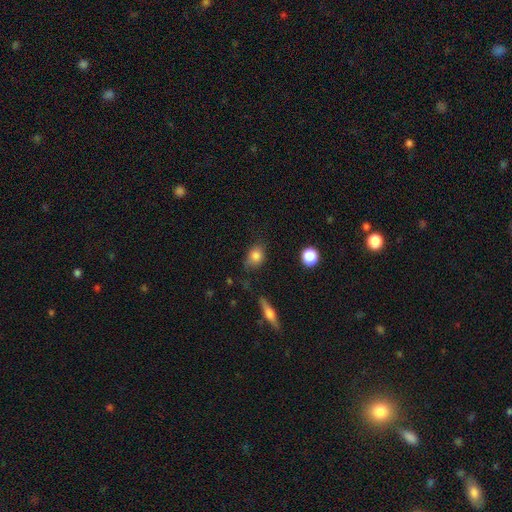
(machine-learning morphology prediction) A smooth galaxy with no disk features (82%) that is in between round and cigar-shaped (56%).

Vote fractions:
- Smooth or featured? smooth: 82% / featured or disk: 9% / star or artifact: 9%
- How rounded? in between: 56% / round: 41% / cigar-shaped: 3%
- Merging? none: 63% / minor disturbance: 26% / major disturbance: 7% / merger: 3%